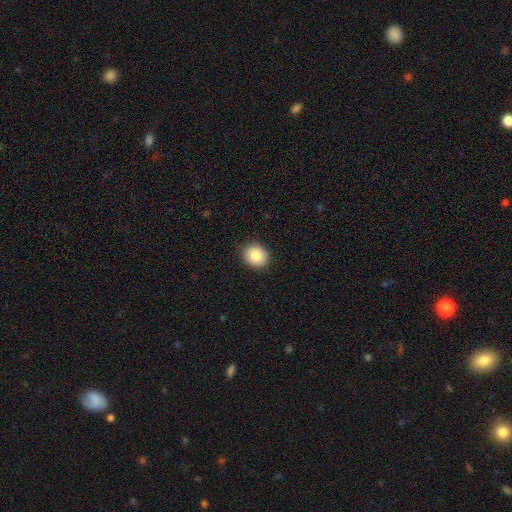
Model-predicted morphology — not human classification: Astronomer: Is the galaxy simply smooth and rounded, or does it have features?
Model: smooth — 85%.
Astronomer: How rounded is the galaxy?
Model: round — 67%.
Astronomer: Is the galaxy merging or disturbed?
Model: none — 89%.